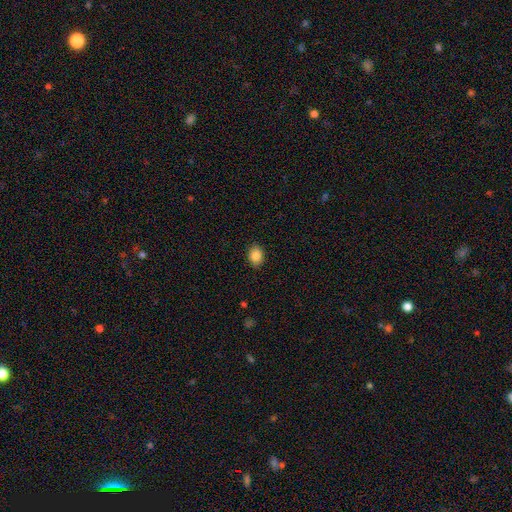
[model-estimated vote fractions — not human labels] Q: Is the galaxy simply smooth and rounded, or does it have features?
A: smooth — 86%.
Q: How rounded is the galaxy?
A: in between — 65%.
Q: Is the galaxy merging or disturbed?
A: none — 89%.